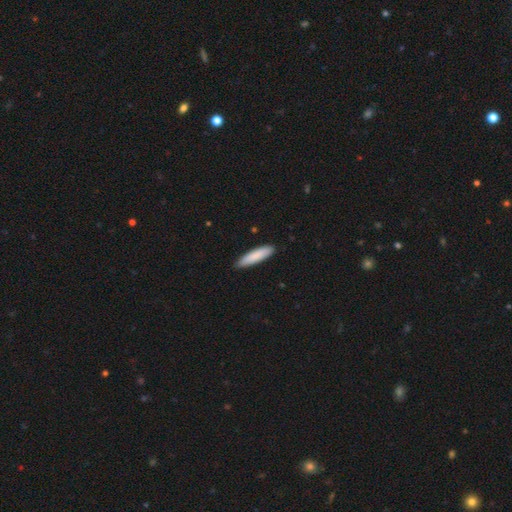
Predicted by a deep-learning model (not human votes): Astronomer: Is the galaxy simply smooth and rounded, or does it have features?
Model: smooth — 86%.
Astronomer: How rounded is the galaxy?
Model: cigar-shaped — 77%.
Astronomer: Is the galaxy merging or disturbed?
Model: none — 88%.